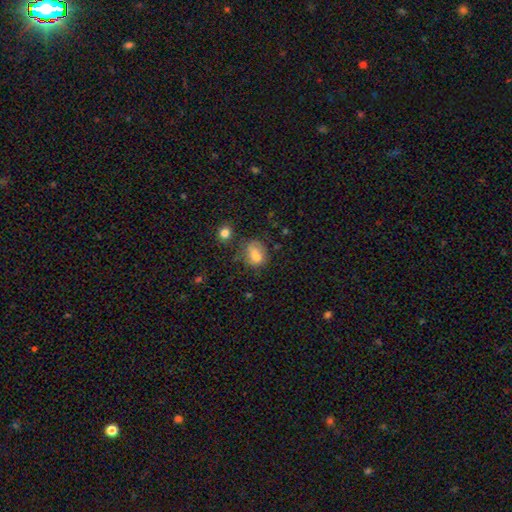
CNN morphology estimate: Q: Smooth or featured?
A: smooth (71%); runner-up: featured or disk (17%)
Q: How rounded?
A: in between (58%); runner-up: round (40%)
Q: Merging?
A: none (48%); runner-up: minor disturbance (28%)